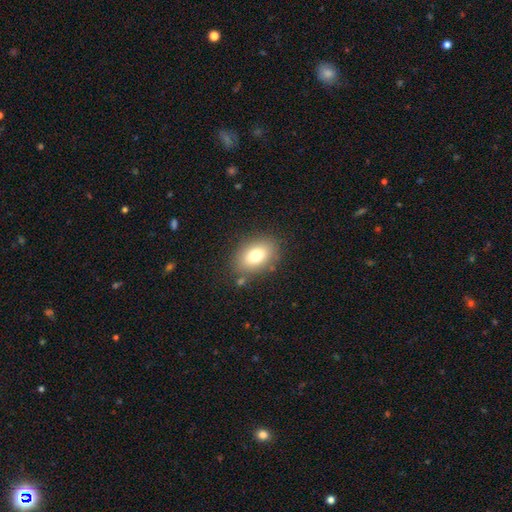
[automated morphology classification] A smooth galaxy with no disk features (77%) that is in between round and cigar-shaped (80%). Merging: none (81%).